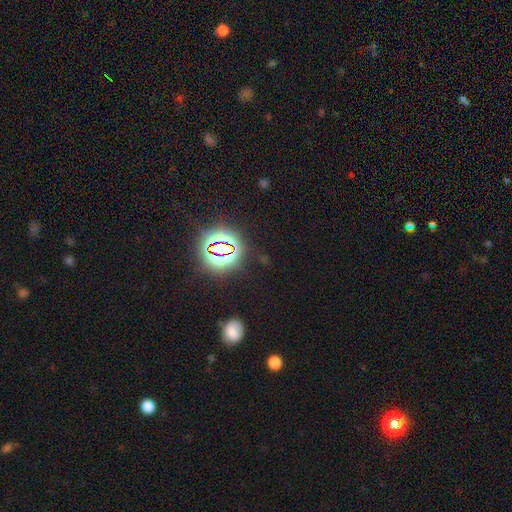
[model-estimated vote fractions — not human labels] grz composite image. It shows a star or artifact, not a galaxy (78%).